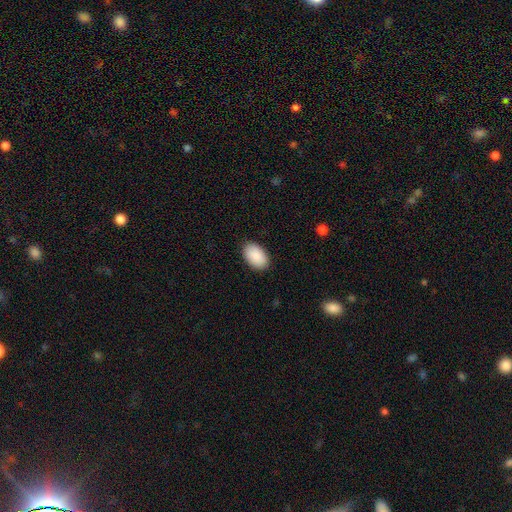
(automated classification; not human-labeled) This appears to be a smooth galaxy with no disk features (91%) that is in between round and cigar-shaped (93%). Merging: none (89%).